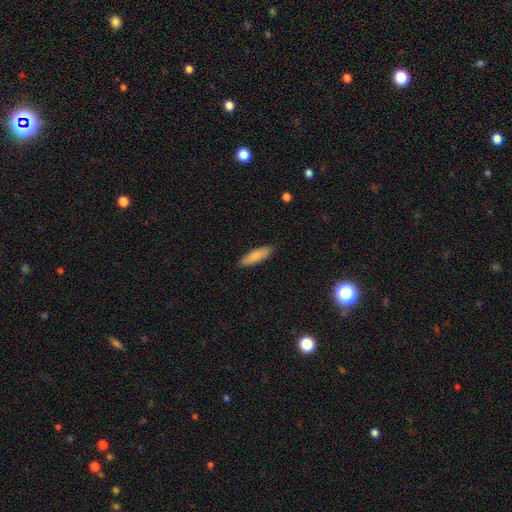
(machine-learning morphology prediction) Smooth or featured?
  - smooth: 84% *
  - featured or disk: 11%
  - star or artifact: 6%
How rounded?
  - cigar-shaped: 56% *
  - in between: 43%
  - round: 2%
Merging?
  - none: 88% *
  - minor disturbance: 9%
  - major disturbance: 2%
  - merger: 1%